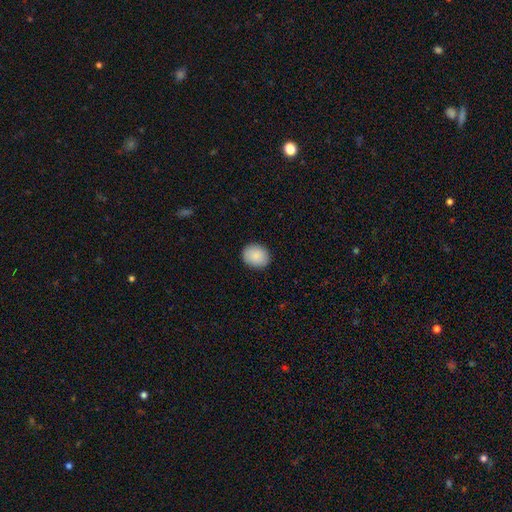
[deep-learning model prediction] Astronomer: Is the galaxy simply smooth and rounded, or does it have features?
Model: smooth — 90%.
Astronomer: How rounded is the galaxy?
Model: round — 64%.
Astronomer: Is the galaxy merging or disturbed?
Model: none — 90%.